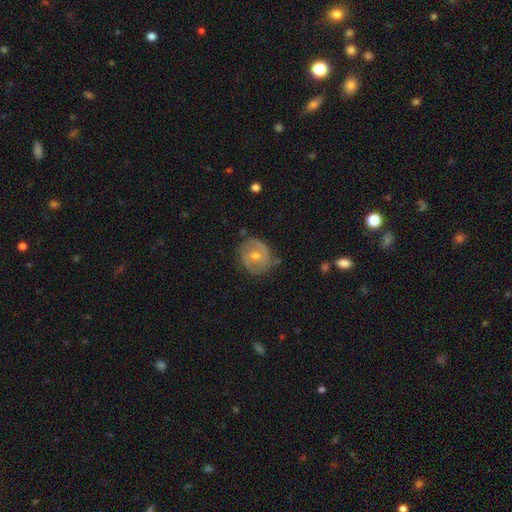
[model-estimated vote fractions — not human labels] This is likely a featured or disk galaxy (77%). It is clearly not viewed edge-on (97%). Bar: likely no (63%). Spiral arm pattern: clearly yes (88%). Spiral arm count: likely 2 (66%). Spiral winding: possibly tight (53%). Central bulge: possibly moderate (54%). Merging: likely none (77%).